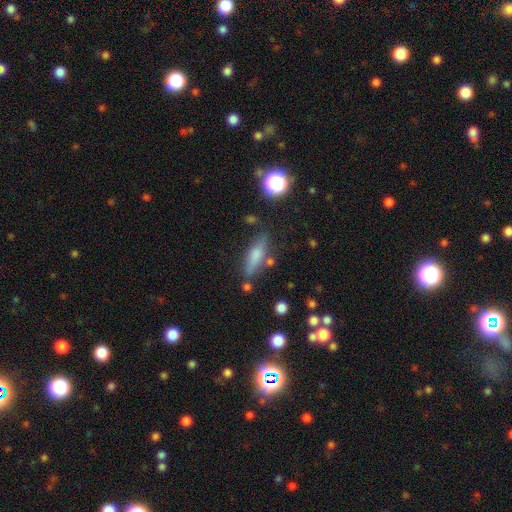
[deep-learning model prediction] Smooth or featured? Predicted: smooth (p=0.64). How rounded? Predicted: cigar-shaped (p=0.55). Merging? Predicted: none (p=0.74).